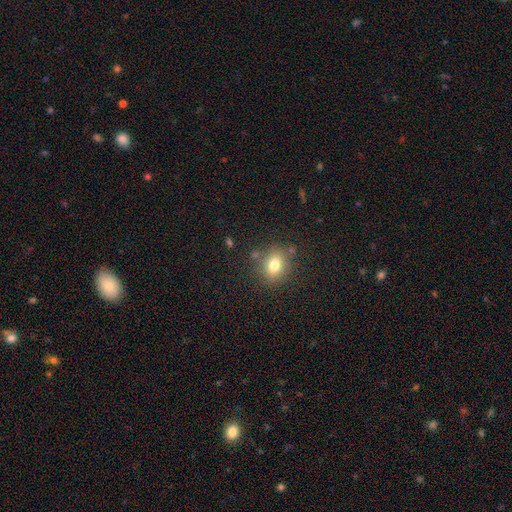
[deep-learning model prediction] Smooth or featured: smooth — 74% (star or artifact — 15%)
How rounded: round — 59% (in between — 39%)
Merging: none — 81% (minor disturbance — 11%)